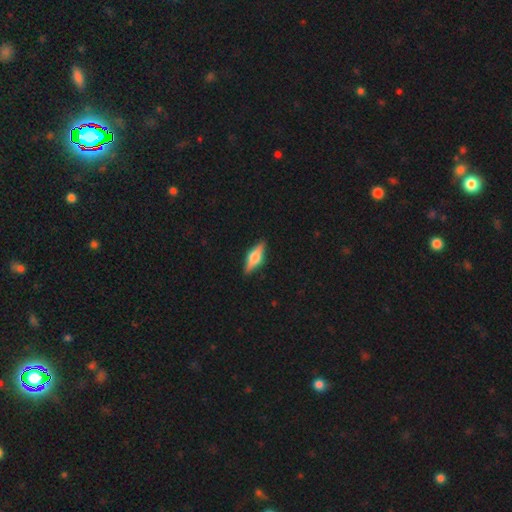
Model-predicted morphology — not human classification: A featured or disk galaxy (57%) viewed edge-on (95%) with a rounded central bulge (89%). Merging: none (89%).